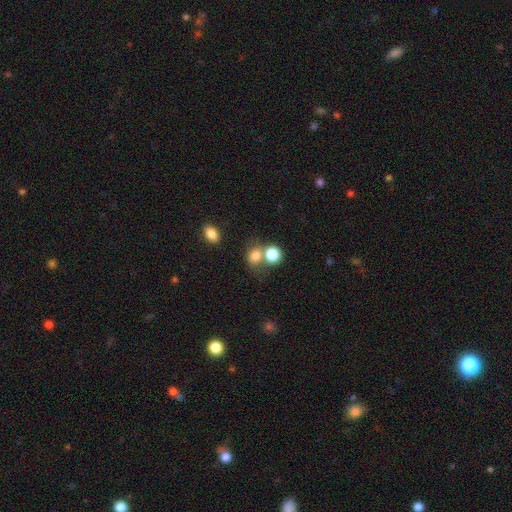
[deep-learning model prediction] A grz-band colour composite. It shows a smooth galaxy with no disk features (80%) that is round (63%). Merging: none (42%, tied with merger).